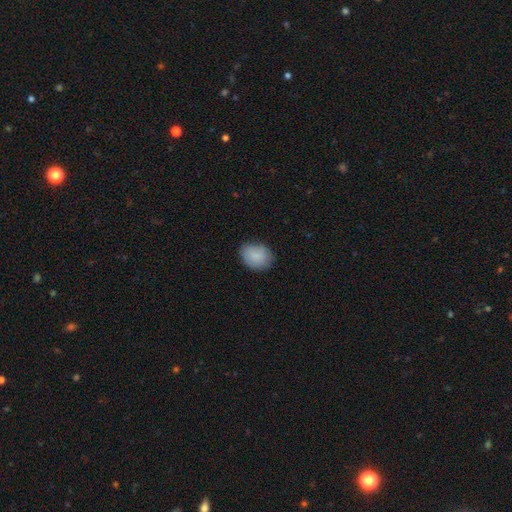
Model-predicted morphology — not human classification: smooth 87%, star or artifact 7%, featured or disk 6%. Down the decision tree: how rounded — in between (59%); merging — none (80%).